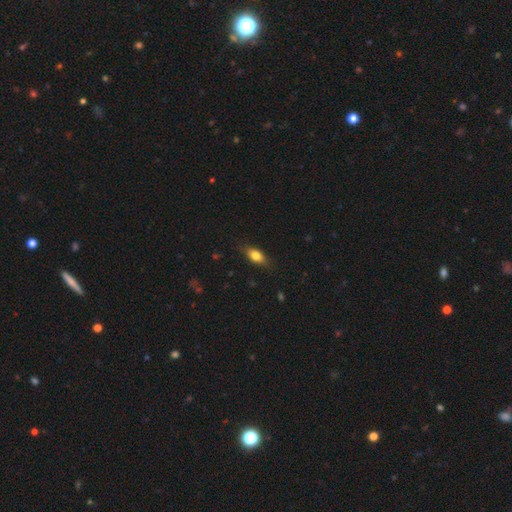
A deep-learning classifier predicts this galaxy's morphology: This is likely a smooth galaxy (77%). How rounded: likely in between (79%). Merging: clearly none (81%).